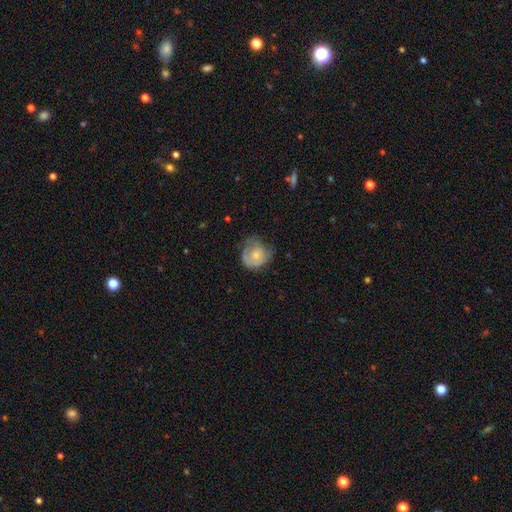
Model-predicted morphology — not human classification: type=smooth (57%); roundness=round (73%); merging=none (45%).